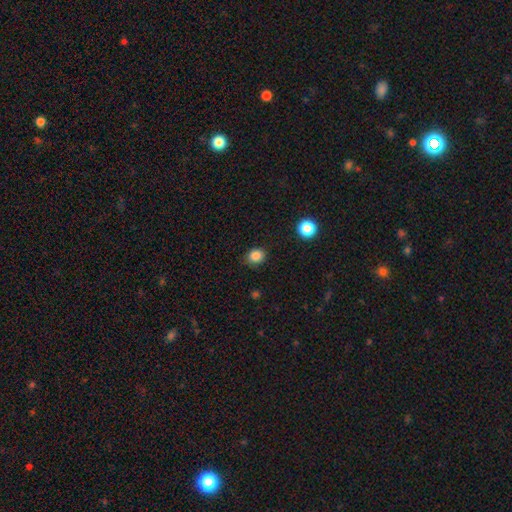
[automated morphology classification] A smooth galaxy with no disk features (85%) that is round (69%). Merging: none (86%).